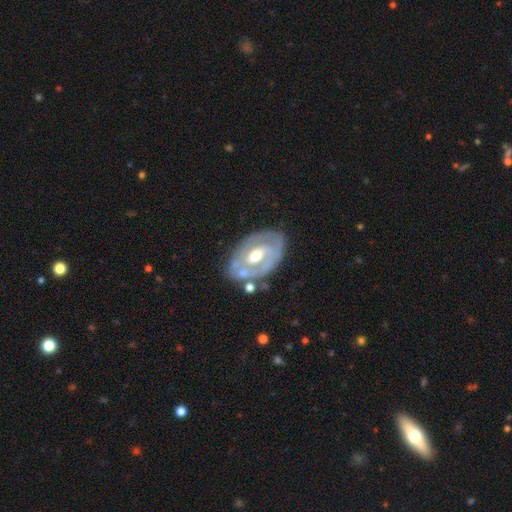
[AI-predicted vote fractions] This appears to be a featured or disk galaxy (80%) with a weak bar (42%), 2 (55%) tight (58%) spiral arms (72%) and a moderate central bulge (72%). Merging: none (67%).